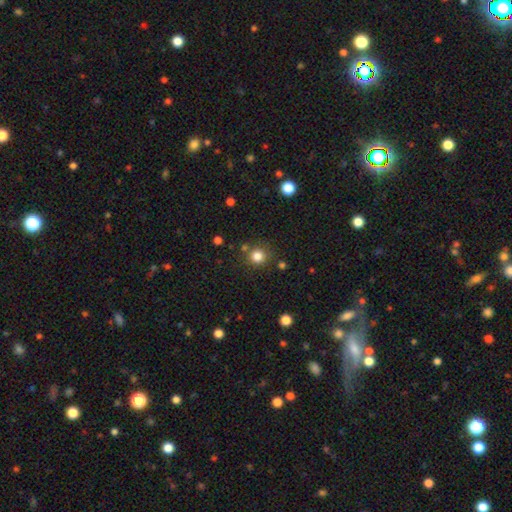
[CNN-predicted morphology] The model was most divided on "smooth or featured": smooth: 74%, star or artifact: 20%, featured or disk: 5%. More confident: how rounded — round (93%); merging — none (85%).